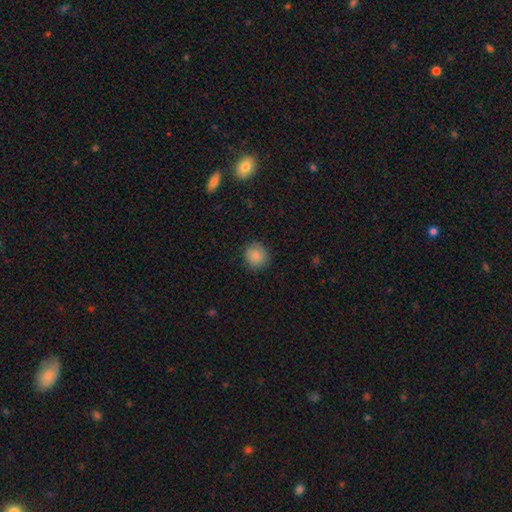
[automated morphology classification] smooth-or-featured: smooth: 86% | star or artifact: 9% | featured or disk: 5%
  how-rounded: round: 91% | in between: 8% | cigar-shaped: 1%
  merging: none: 87% | minor disturbance: 9% | major disturbance: 2% | merger: 1%